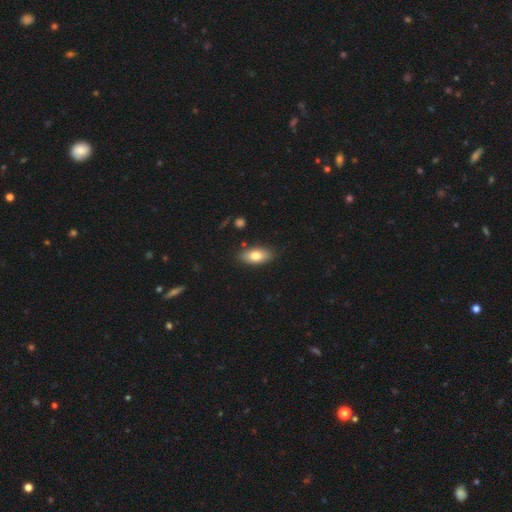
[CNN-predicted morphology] This appears to be a smooth galaxy with no disk features (78%) that is in between round and cigar-shaped (88%). Merging: none (84%).